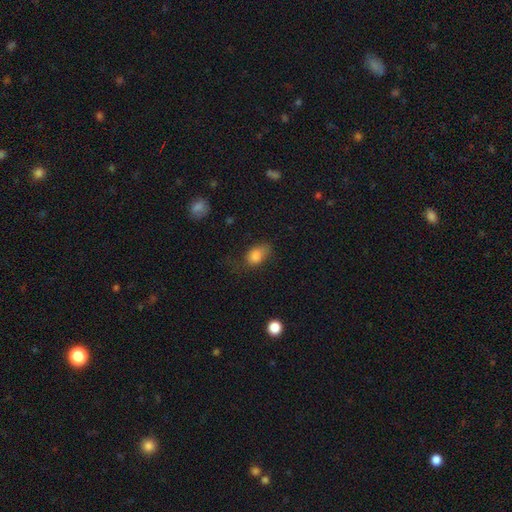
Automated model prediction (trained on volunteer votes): Q: Smooth or featured?
A: smooth (82%); runner-up: star or artifact (9%)
Q: How rounded?
A: in between (78%); runner-up: round (20%)
Q: Merging?
A: none (46%); runner-up: minor disturbance (33%)